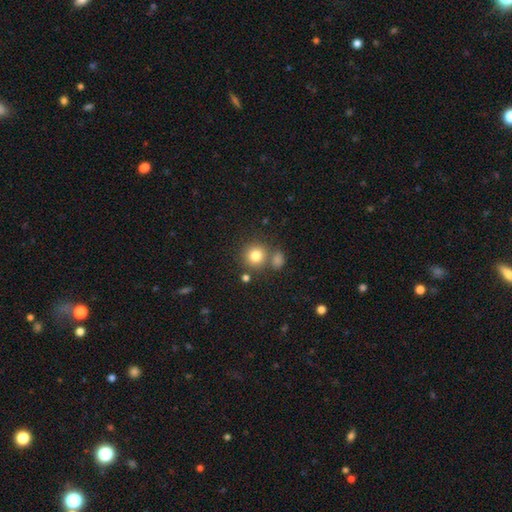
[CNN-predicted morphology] smooth-or-featured: smooth: 80% | star or artifact: 11% | featured or disk: 8%
  how-rounded: round: 90% | in between: 9% | cigar-shaped: 1%
  merging: none: 69% | merger: 18% | minor disturbance: 9% | major disturbance: 4%